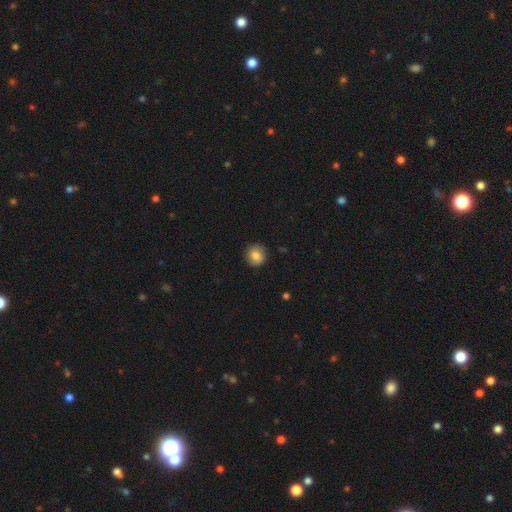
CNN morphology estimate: Smooth or featured: smooth — 80% (featured or disk — 11%)
How rounded: round — 89% (in between — 10%)
Merging: none — 87% (minor disturbance — 10%)